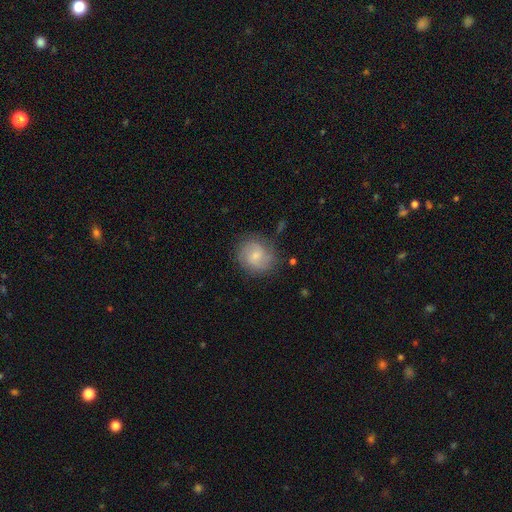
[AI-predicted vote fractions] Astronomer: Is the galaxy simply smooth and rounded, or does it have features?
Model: smooth — 52% (runner-up: featured or disk, 40%).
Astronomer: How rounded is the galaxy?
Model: round — 81%.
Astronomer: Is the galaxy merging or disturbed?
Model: none — 75%.